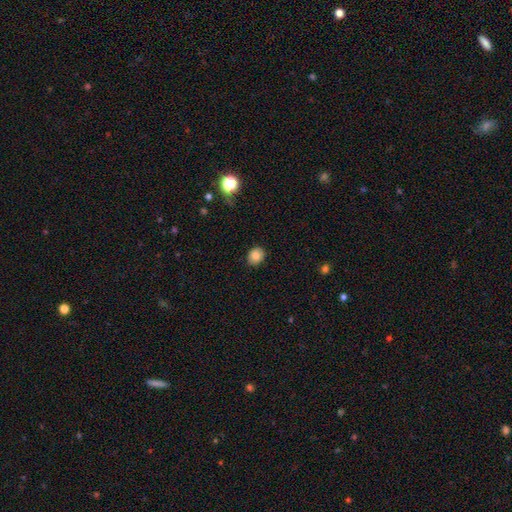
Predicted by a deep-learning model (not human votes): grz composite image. It shows a smooth galaxy with no disk features (80%) that is round (54%). Merging: none (87%).